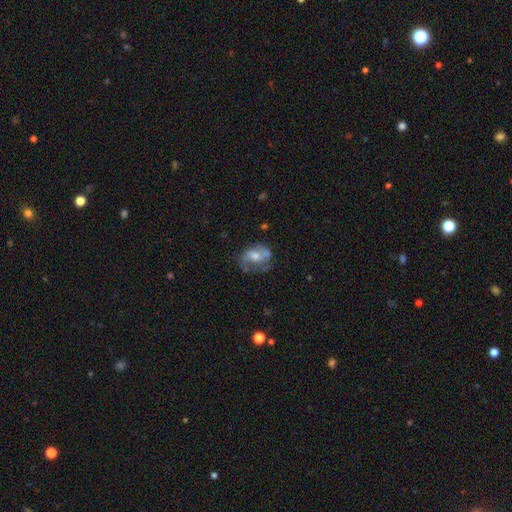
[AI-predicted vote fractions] This appears to be a featured or disk galaxy (72%) with no bar (50%), 2 (81%) medium (47%) spiral arms (87%) and a moderate central bulge (55%). Merging: none (58%).